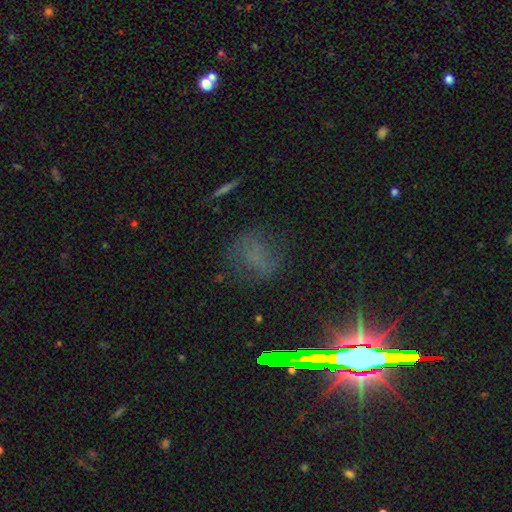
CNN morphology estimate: Overall: star or artifact (41%; smooth 35%).